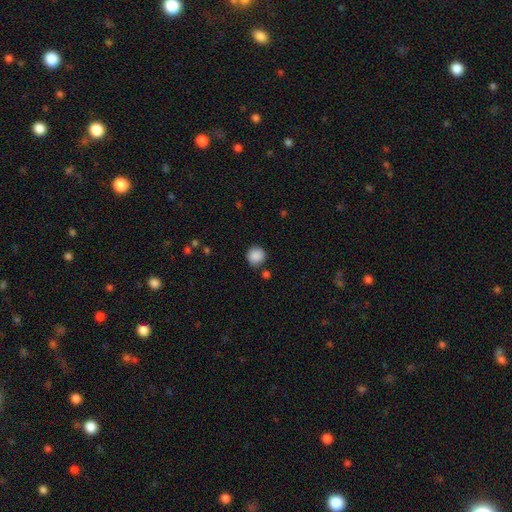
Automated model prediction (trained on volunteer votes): This is clearly a smooth galaxy (88%). How rounded: clearly round (92%). Merging: clearly none (83%).